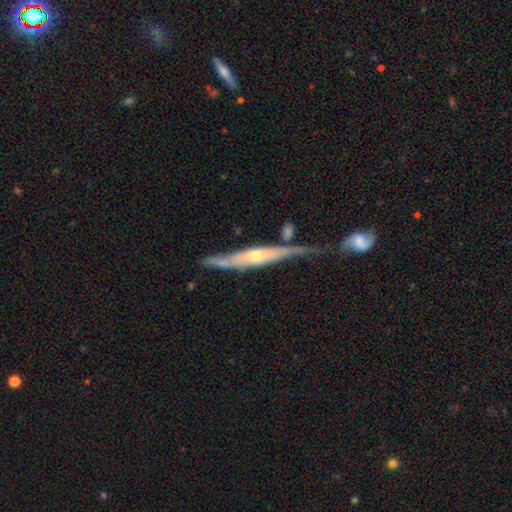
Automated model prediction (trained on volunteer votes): Q: Smooth or featured?
A: featured or disk (76%); runner-up: smooth (18%)
Q: Edge-on disk?
A: yes (80%); runner-up: no (20%)
Q: Edge-on bulge?
A: rounded (71%); runner-up: none (19%)
Q: Merging?
A: none (47%); runner-up: merger (22%)